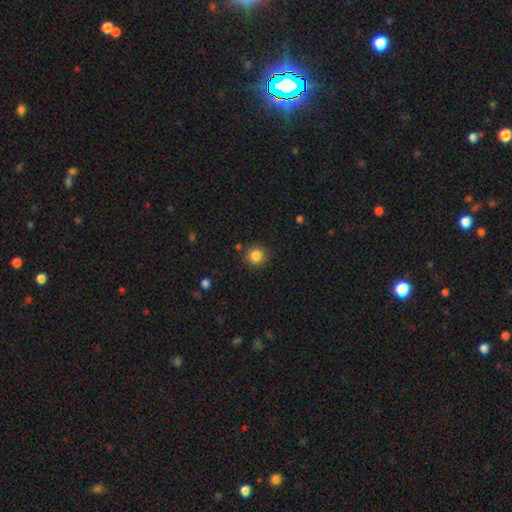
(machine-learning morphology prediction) Smooth or featured? smooth (85%)
How rounded? round (91%)
Merging? none (87%)